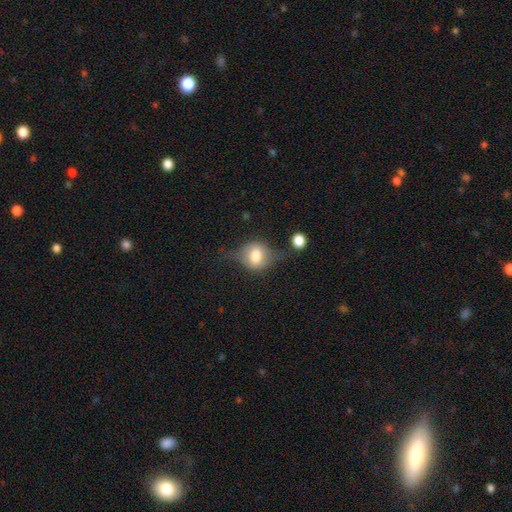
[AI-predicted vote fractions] Smooth or featured?
  - smooth: 63% *
  - featured or disk: 28%
  - star or artifact: 9%
How rounded?
  - round: 62% *
  - in between: 36%
  - cigar-shaped: 2%
Merging?
  - none: 52% *
  - minor disturbance: 27%
  - major disturbance: 16%
  - merger: 6%